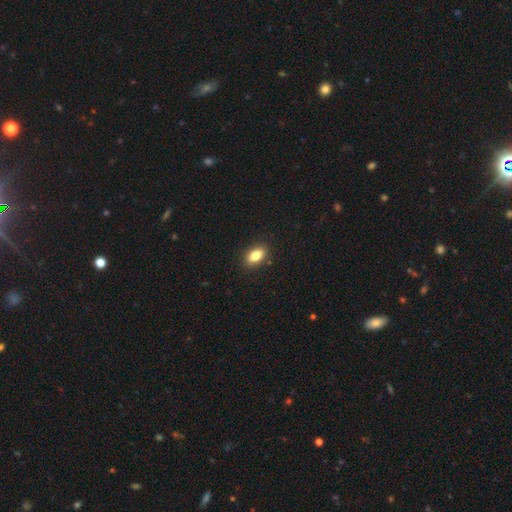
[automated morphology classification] Smooth or featured? smooth (83%)
How rounded? in between (87%)
Merging? none (89%)